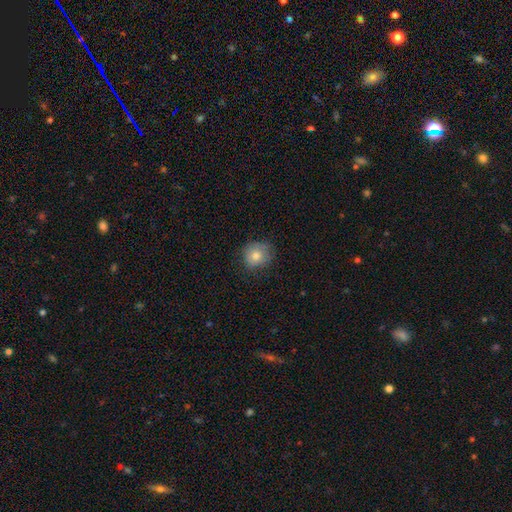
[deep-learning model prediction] Morphology: type=smooth (76%); roundness=round (83%); merging=none (71%).